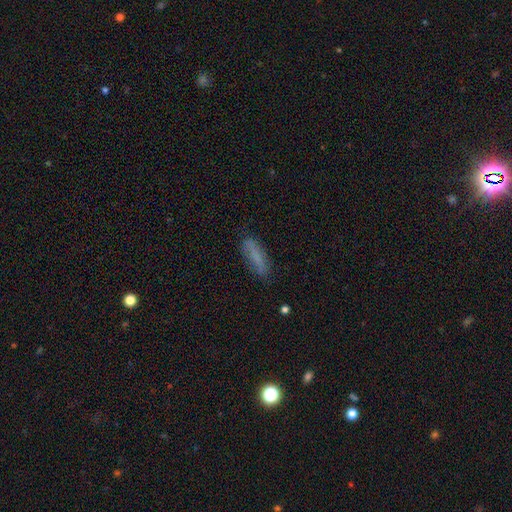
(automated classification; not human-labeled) The model was most divided on "how rounded": cigar-shaped: 67%, in between: 31%, round: 2%. More confident: merging — none (78%); smooth or featured — smooth (73%).